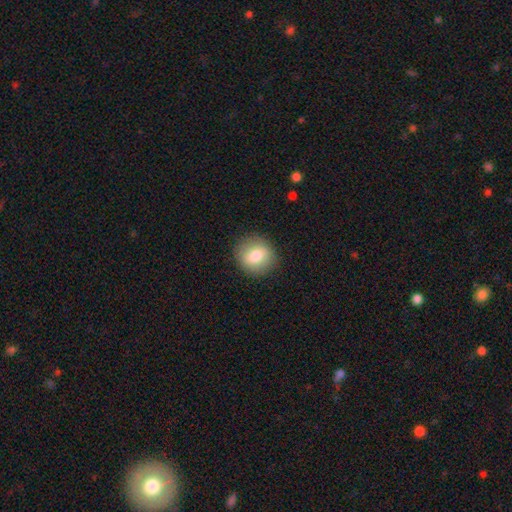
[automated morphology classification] Smooth or featured?
  - smooth: 77% *
  - featured or disk: 15%
  - star or artifact: 8%
How rounded?
  - round: 84% *
  - in between: 15%
  - cigar-shaped: 1%
Merging?
  - none: 88% *
  - minor disturbance: 8%
  - major disturbance: 3%
  - merger: 1%